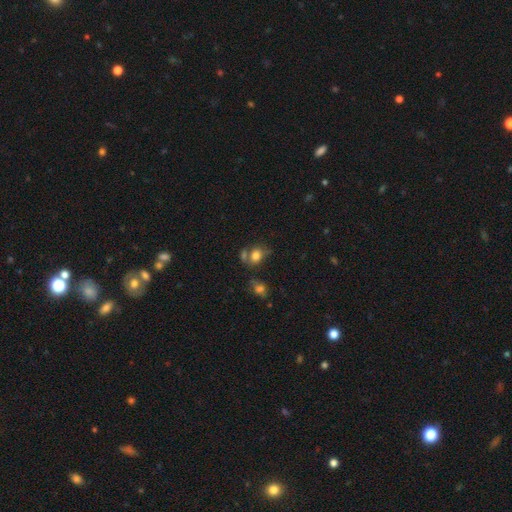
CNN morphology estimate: smooth 77%, star or artifact 12%, featured or disk 11%. Down the decision tree: how rounded — in between (55%); merging — none (47%).